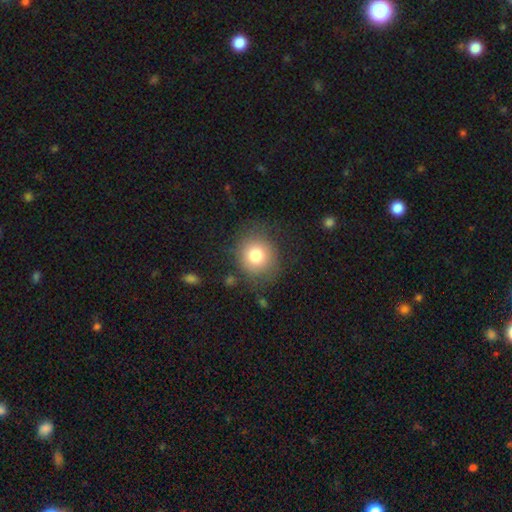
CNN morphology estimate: Smooth or featured? Predicted: smooth (p=0.79). How rounded? Predicted: round (p=0.85). Merging? Predicted: none (p=0.77).